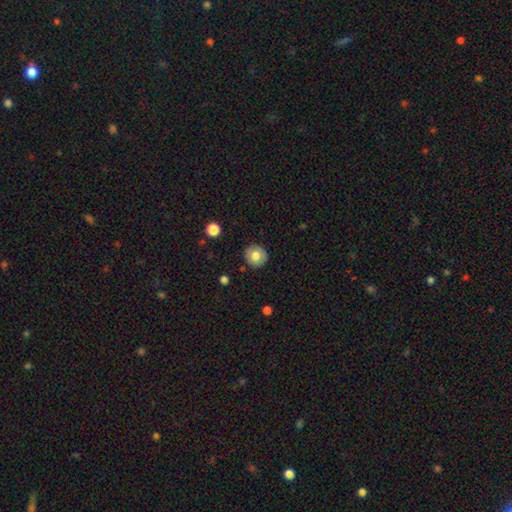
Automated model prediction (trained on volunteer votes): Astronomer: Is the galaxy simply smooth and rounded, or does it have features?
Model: smooth — 75%.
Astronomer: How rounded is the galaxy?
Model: round — 92%.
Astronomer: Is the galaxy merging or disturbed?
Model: none — 89%.